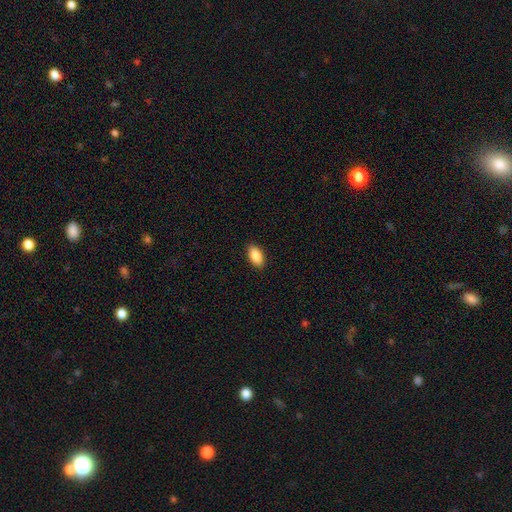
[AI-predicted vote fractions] smooth-or-featured: smooth: 90% | star or artifact: 6% | featured or disk: 4%
  how-rounded: in between: 93% | cigar-shaped: 3% | round: 3%
  merging: none: 90% | minor disturbance: 7% | major disturbance: 2% | merger: 1%